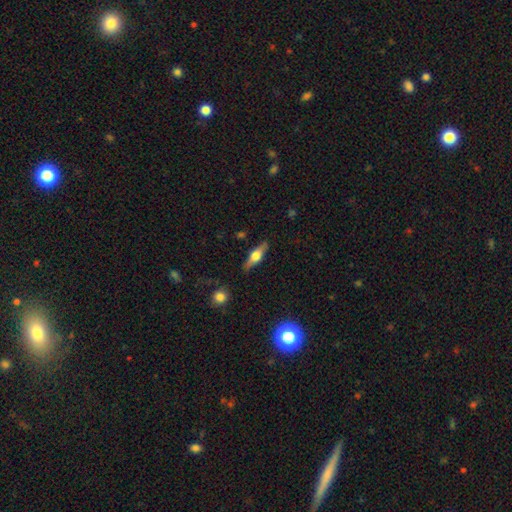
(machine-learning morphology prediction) The model was most divided on "smooth or featured": featured or disk: 55%, smooth: 38%, star or artifact: 7%. More confident: edge-on disk — yes (93%); edge-on bulge — rounded (92%); merging — none (86%).